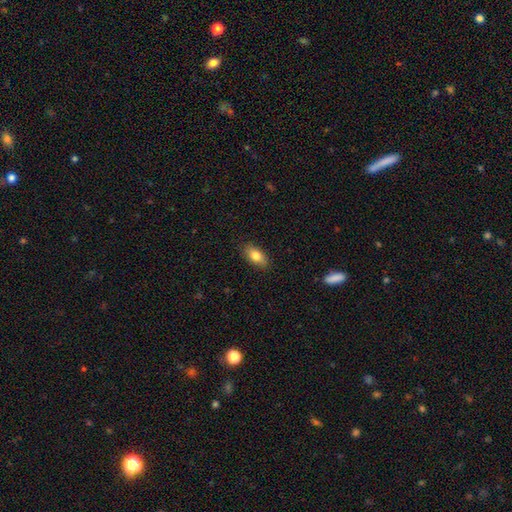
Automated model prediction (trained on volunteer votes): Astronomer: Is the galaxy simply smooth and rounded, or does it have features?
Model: smooth — 82%.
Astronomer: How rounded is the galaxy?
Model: in between — 89%.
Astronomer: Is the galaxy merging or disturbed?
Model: none — 88%.